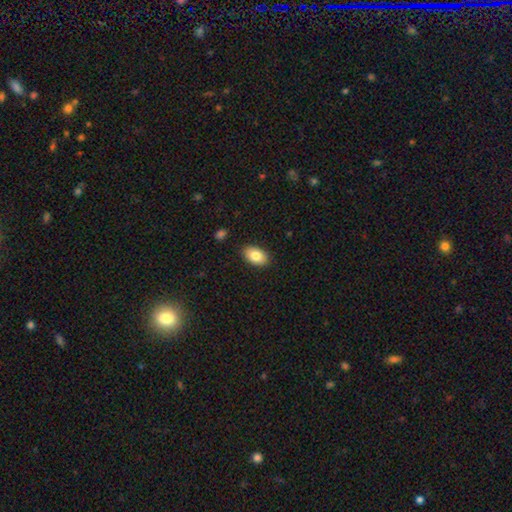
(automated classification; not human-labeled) Q: Smooth or featured?
A: smooth (83%); runner-up: featured or disk (10%)
Q: How rounded?
A: in between (91%); runner-up: round (7%)
Q: Merging?
A: none (88%); runner-up: minor disturbance (9%)